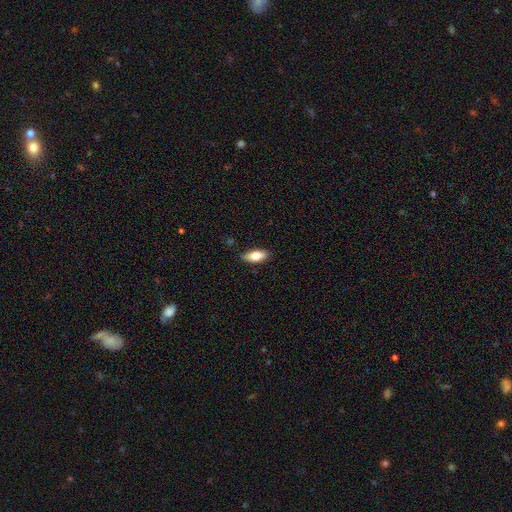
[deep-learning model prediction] The model was most divided on "smooth or featured": smooth: 74%, featured or disk: 20%, star or artifact: 7%. More confident: how rounded — in between (83%); merging — none (83%).